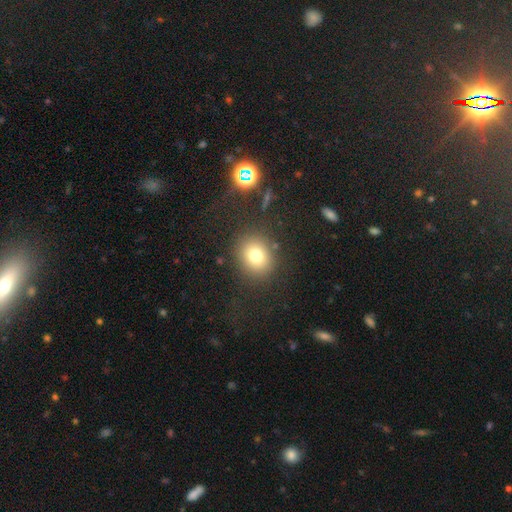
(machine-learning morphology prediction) smooth-or-featured: smooth: 75% | star or artifact: 14% | featured or disk: 11%
  how-rounded: round: 74% | in between: 25% | cigar-shaped: 1%
  merging: none: 84% | minor disturbance: 9% | major disturbance: 5% | merger: 3%